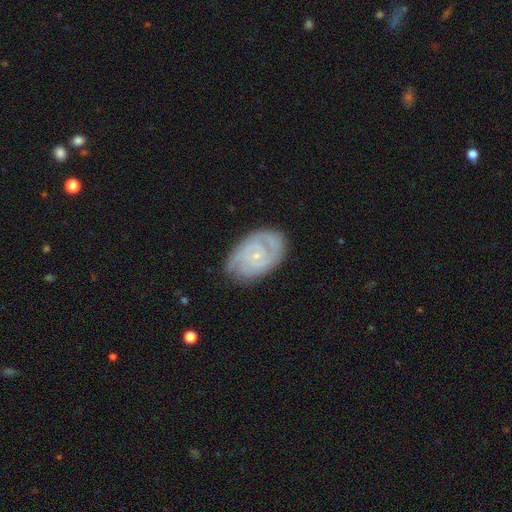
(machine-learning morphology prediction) A featured or disk galaxy (79%) with no bar (75%), 2 (35%) tight (69%) spiral arms (93%) and a small central bulge (83%).

Vote fractions:
- Smooth or featured? featured or disk: 79% / smooth: 14% / star or artifact: 7%
- Edge-on disk? no: 97% / yes: 3%
- Bar? no: 75% / weak: 22% / strong: 4%
- Spiral arms? yes: 93% / no: 7%
- Spiral winding? tight: 69% / medium: 25% / loose: 6%
- Spiral arm count? 2: 35% / can't tell: 30% / 3: 19% / 4: 6% / 1: 5% / more than 4: 5%
- Bulge size? small: 83% / moderate: 13% / none: 3% / large: 1% / dominant: 1%
- Merging? none: 75% / minor disturbance: 19% / major disturbance: 5% / merger: 1%